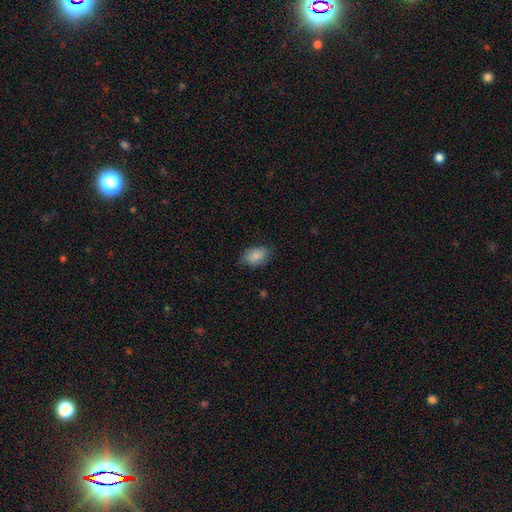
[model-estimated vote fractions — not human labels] A smooth galaxy with no disk features (86%) that is in between round and cigar-shaped (84%).

Vote fractions:
- Smooth or featured? smooth: 86% / featured or disk: 7% / star or artifact: 7%
- How rounded? in between: 84% / round: 15% / cigar-shaped: 1%
- Merging? none: 77% / minor disturbance: 18% / major disturbance: 4% / merger: 1%